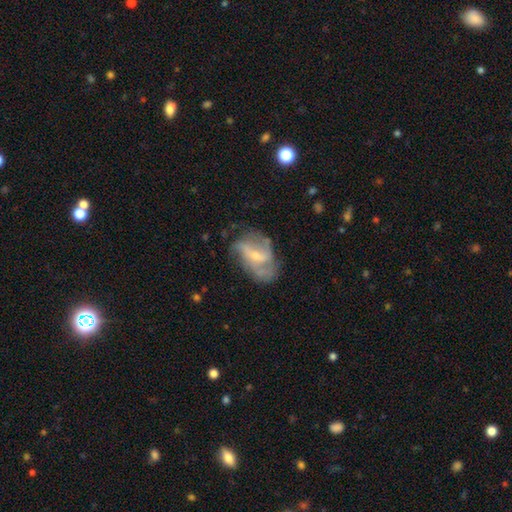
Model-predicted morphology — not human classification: Smooth or featured?
  - featured or disk: 78% *
  - smooth: 14%
  - star or artifact: 8%
Edge-on disk?
  - no: 96% *
  - yes: 4%
Bar?
  - weak: 45% *
  - no: 31%
  - strong: 25%
Spiral arms?
  - yes: 88% *
  - no: 12%
Spiral winding?
  - medium: 42% *
  - loose: 39%
  - tight: 19%
Spiral arm count?
  - 2: 41% *
  - 3: 24%
  - can't tell: 21%
  - 4: 6%
  - 1: 4%
  - more than 4: 3%
Bulge size?
  - small: 63% *
  - moderate: 31%
  - none: 4%
  - large: 1%
  - dominant: 1%
Merging?
  - none: 57% *
  - minor disturbance: 25%
  - major disturbance: 16%
  - merger: 2%